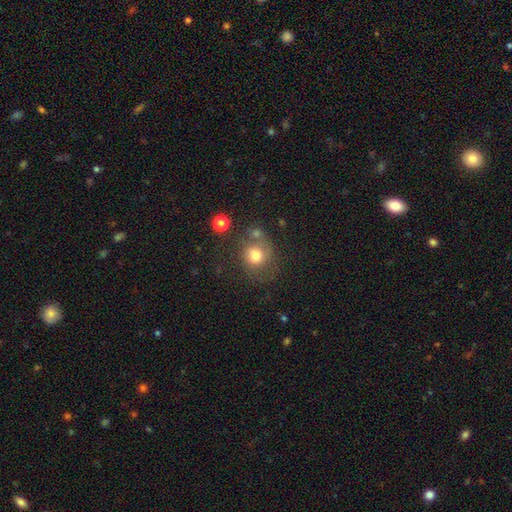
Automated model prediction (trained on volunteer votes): Q: Smooth or featured?
A: smooth (74%); runner-up: featured or disk (13%)
Q: How rounded?
A: round (80%); runner-up: in between (19%)
Q: Merging?
A: none (54%); runner-up: minor disturbance (18%)